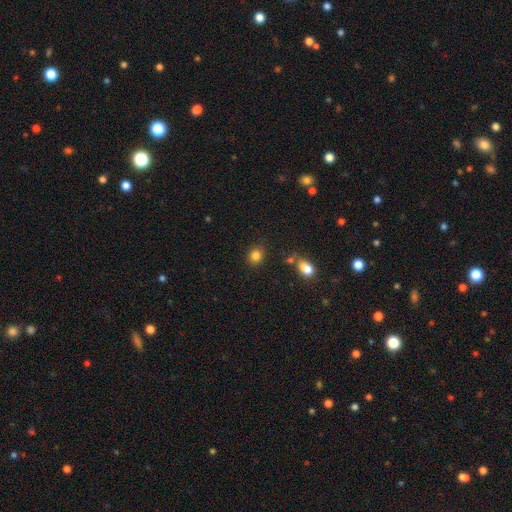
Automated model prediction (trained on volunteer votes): This is clearly a smooth galaxy (84%). How rounded: likely round (69%). Merging: clearly none (83%).